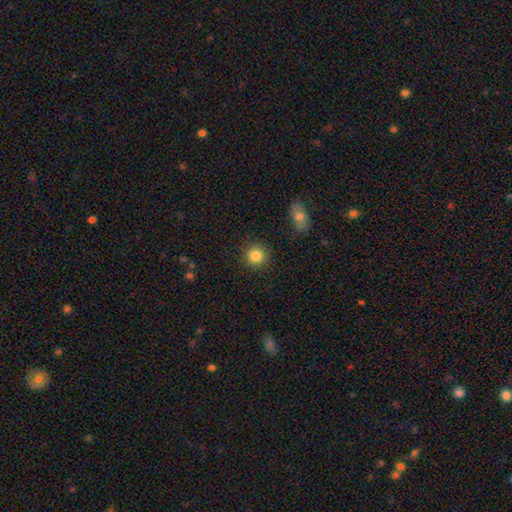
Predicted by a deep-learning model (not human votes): Q: Smooth or featured?
A: smooth (85%); runner-up: star or artifact (10%)
Q: How rounded?
A: round (91%); runner-up: in between (8%)
Q: Merging?
A: none (89%); runner-up: minor disturbance (7%)